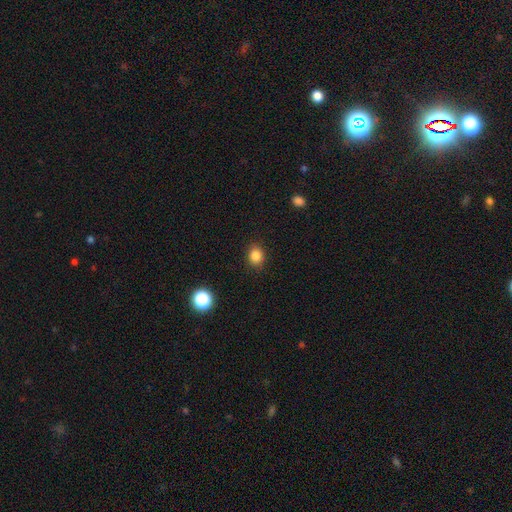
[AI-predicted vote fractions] The model was most divided on "how rounded": round: 60%, in between: 39%, cigar-shaped: 1%. More confident: merging — none (89%); smooth or featured — smooth (85%).